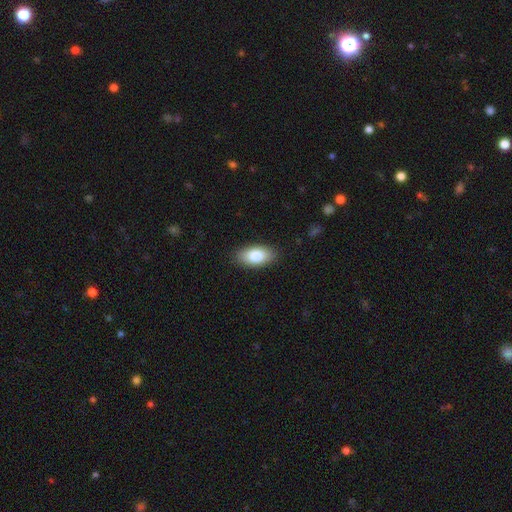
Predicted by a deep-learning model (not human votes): smooth 82%, featured or disk 11%, star or artifact 6%. Down the decision tree: how rounded — in between (92%); merging — none (88%).